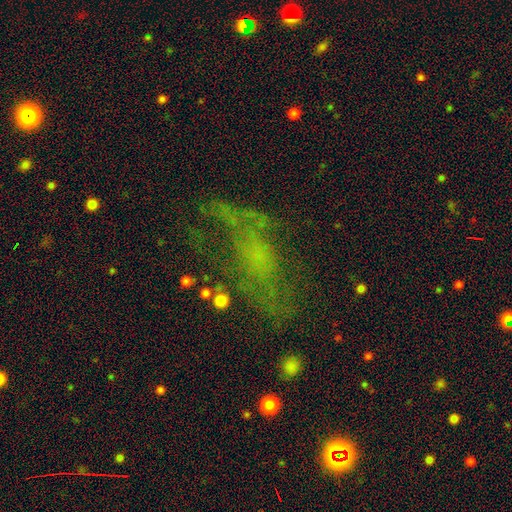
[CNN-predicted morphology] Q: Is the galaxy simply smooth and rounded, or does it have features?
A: featured or disk — 47%.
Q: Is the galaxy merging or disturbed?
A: none — 48%.